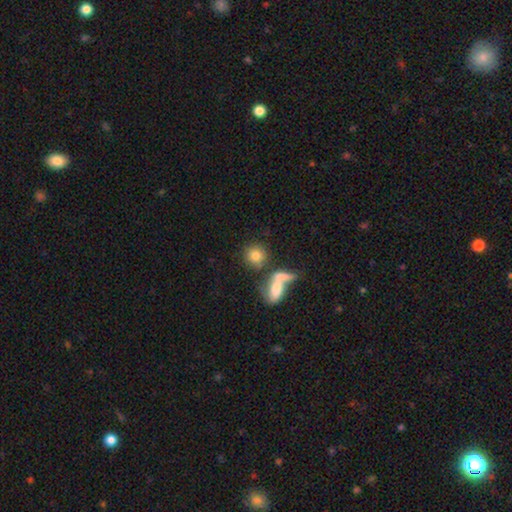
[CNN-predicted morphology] Q: Smooth or featured?
A: smooth (79%); runner-up: featured or disk (12%)
Q: How rounded?
A: round (78%); runner-up: in between (19%)
Q: Merging?
A: none (59%); runner-up: merger (27%)